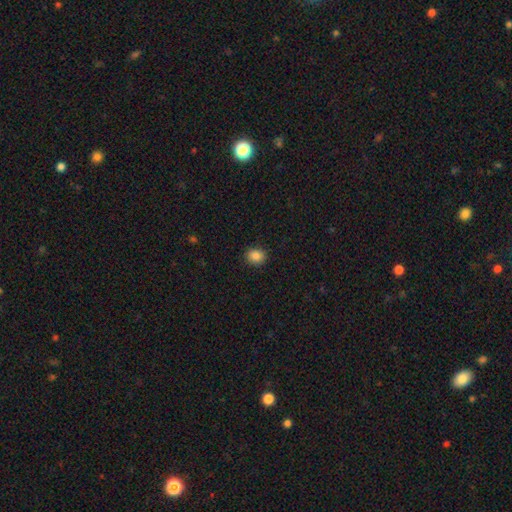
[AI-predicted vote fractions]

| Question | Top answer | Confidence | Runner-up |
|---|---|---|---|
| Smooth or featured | smooth | 86% | star or artifact (10%) |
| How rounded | round | 61% | in between (38%) |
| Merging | none | 90% | minor disturbance (7%) |